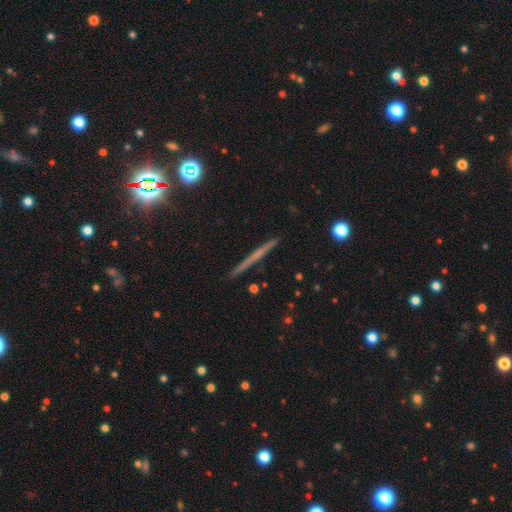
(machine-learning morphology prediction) Smooth or featured? Predicted: featured or disk (p=0.54). Edge-on disk? Predicted: yes (p=0.97). Edge-on bulge? Predicted: none (p=0.83). Merging? Predicted: none (p=0.91).